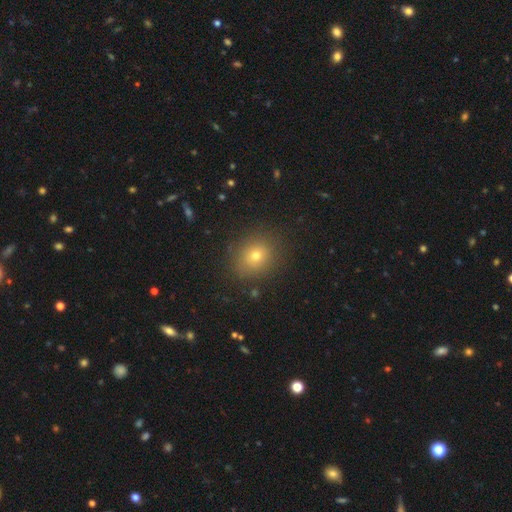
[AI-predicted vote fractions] Morphology: type=smooth (71%); roundness=round (72%); merging=none (86%).